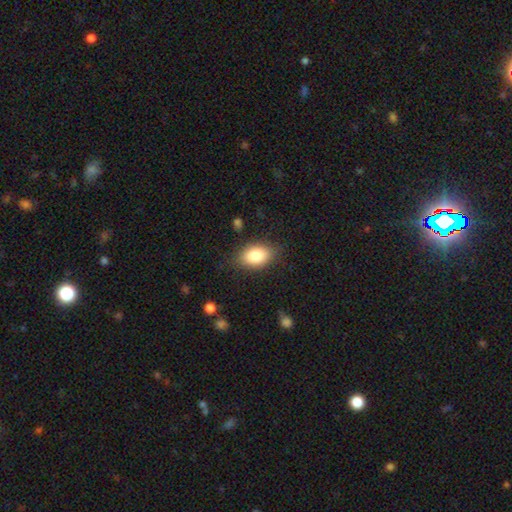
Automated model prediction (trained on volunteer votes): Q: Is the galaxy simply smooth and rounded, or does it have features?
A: smooth — 84%.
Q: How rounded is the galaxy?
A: in between — 86%.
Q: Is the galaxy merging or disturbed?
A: none — 80%.